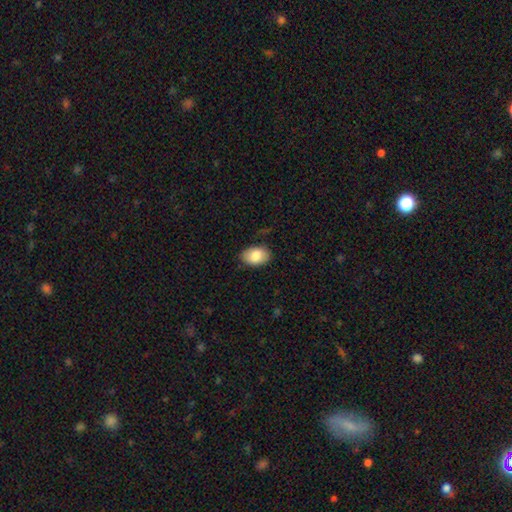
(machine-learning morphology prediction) This appears to be a smooth galaxy with no disk features (83%) that is in between round and cigar-shaped (88%). Merging: none (81%).